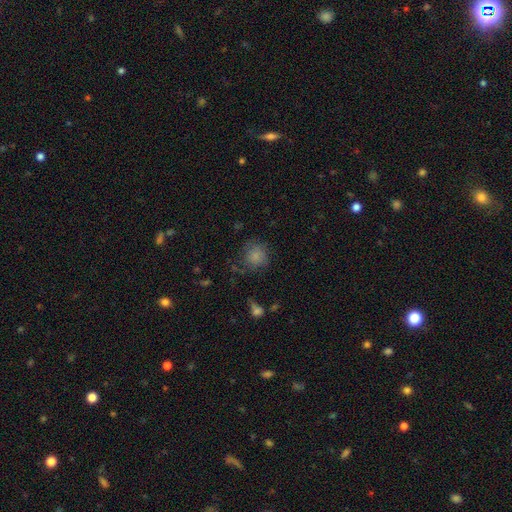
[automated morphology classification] A smooth galaxy with no disk features (79%) that is round (86%).

Vote fractions:
- Smooth or featured? smooth: 79% / star or artifact: 11% / featured or disk: 10%
- How rounded? round: 86% / in between: 13% / cigar-shaped: 1%
- Merging? none: 68% / minor disturbance: 20% / major disturbance: 9% / merger: 2%